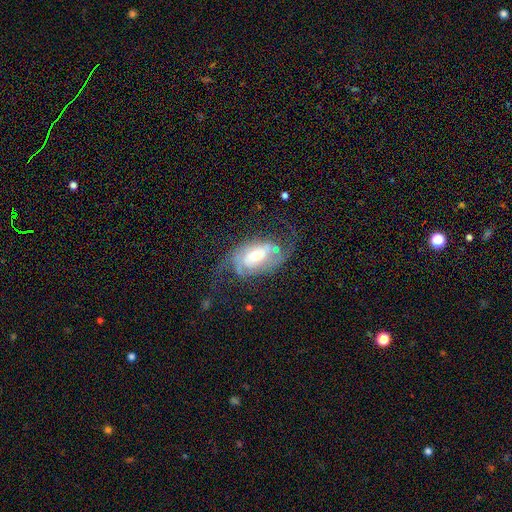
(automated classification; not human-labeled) smooth-or-featured: featured or disk: 81% | smooth: 13% | star or artifact: 6%
  disk-edge-on: no: 95% | yes: 5%
    bar: no: 42% | weak: 41% | strong: 17%
    has-spiral-arms: yes: 92% | no: 8%
      spiral-winding: medium: 43% | loose: 30% | tight: 27%
      spiral-arm-count: 2: 64% | can't tell: 17% | 3: 8% | 1: 5% | 4: 3% | more than 4: 3%
    bulge-size: moderate: 54% | small: 29% | large: 13% | none: 2% | dominant: 2%
  merging: none: 49% | major disturbance: 27% | minor disturbance: 20% | merger: 4%